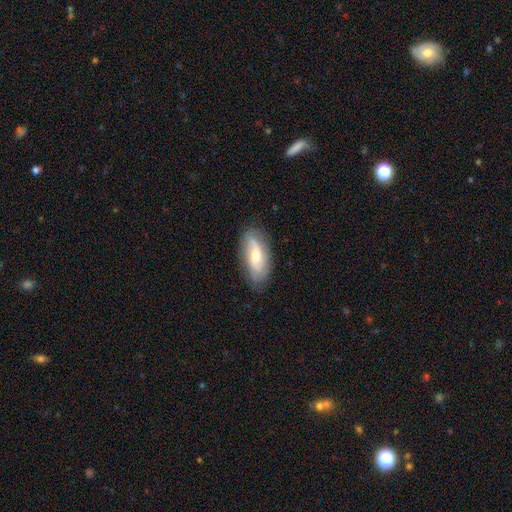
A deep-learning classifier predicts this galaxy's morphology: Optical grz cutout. It shows a featured or disk galaxy (49%). Merging: none (77%).